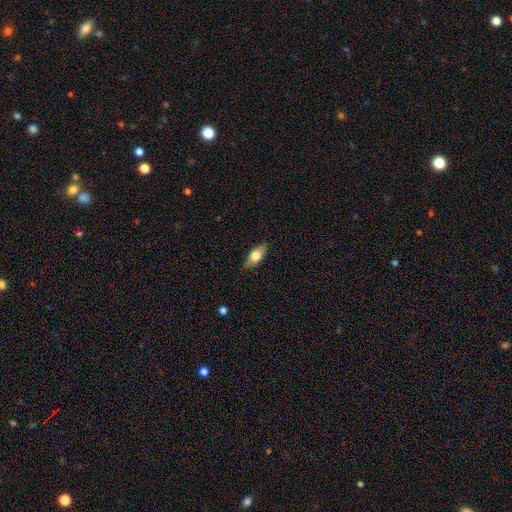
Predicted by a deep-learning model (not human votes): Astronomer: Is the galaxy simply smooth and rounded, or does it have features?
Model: smooth — 71%.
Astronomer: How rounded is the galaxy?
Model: in between — 85%.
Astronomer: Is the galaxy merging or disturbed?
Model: none — 85%.